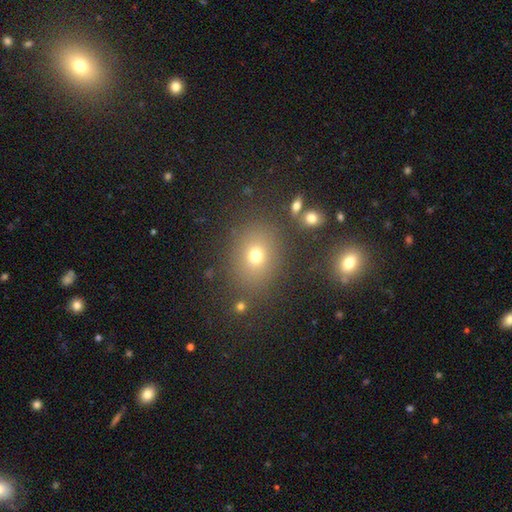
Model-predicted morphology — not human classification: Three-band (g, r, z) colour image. It shows a smooth galaxy with no disk features (69%) that is round (54%). Merging: none (80%).